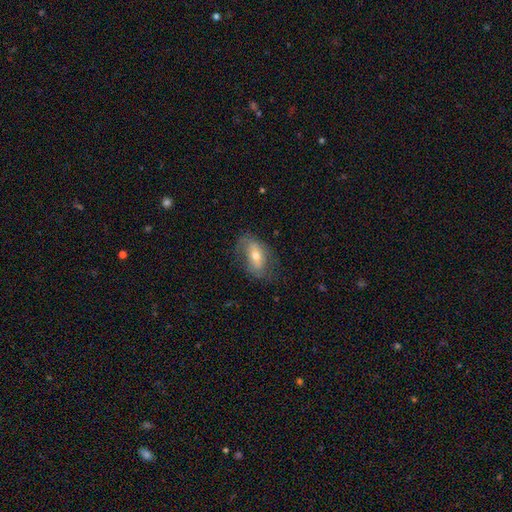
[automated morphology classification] A smooth galaxy with no disk features (49%).

Vote fractions:
- Smooth or featured? smooth: 49% / featured or disk: 43% / star or artifact: 8%
- Merging? none: 61% / minor disturbance: 24% / major disturbance: 13% / merger: 1%